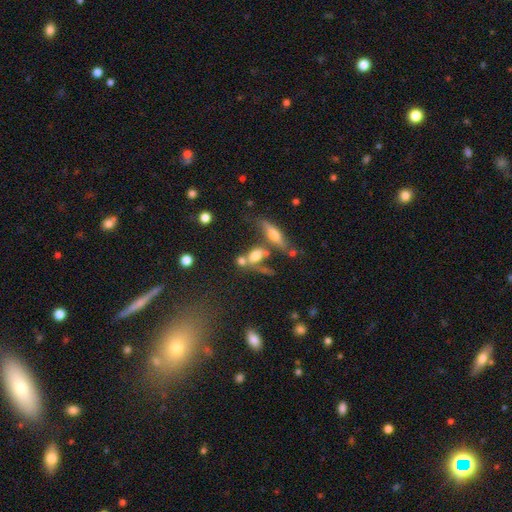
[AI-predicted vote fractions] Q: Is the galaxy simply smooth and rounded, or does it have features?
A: smooth — 61%.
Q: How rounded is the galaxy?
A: in between — 66%.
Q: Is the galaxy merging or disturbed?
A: merger — 40%.